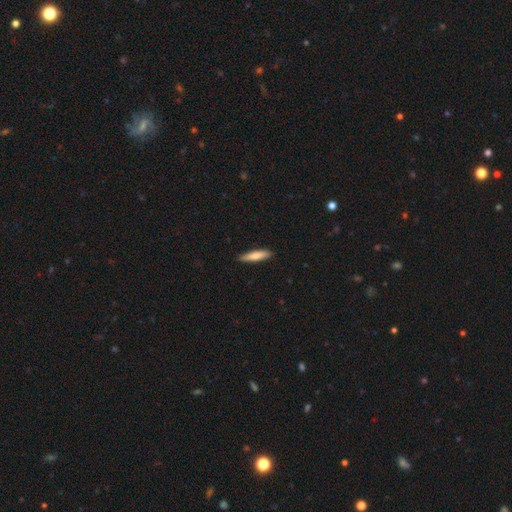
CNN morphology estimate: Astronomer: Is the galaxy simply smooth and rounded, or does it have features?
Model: smooth — 79%.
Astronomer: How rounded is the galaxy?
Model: cigar-shaped — 83%.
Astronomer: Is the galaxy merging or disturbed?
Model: none — 89%.